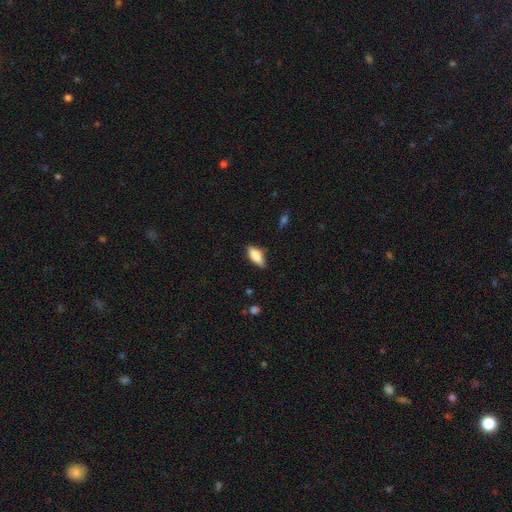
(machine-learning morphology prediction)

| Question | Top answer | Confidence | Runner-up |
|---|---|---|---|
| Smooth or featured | smooth | 74% | featured or disk (19%) |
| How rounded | in between | 74% | cigar-shaped (24%) |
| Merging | none | 76% | minor disturbance (18%) |